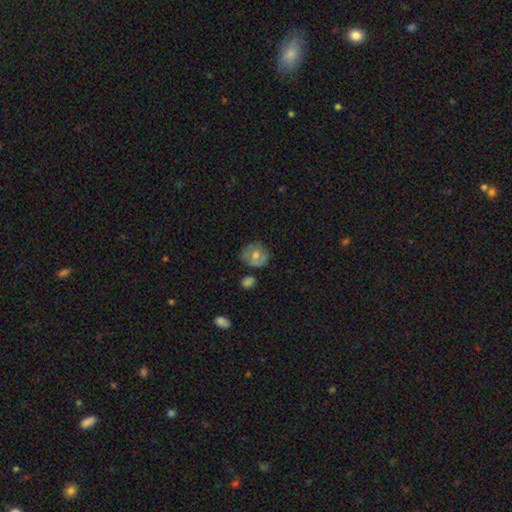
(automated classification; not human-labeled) Smooth or featured?
  - smooth: 58% *
  - featured or disk: 34%
  - star or artifact: 9%
How rounded?
  - round: 76% *
  - in between: 23%
  - cigar-shaped: 1%
Merging?
  - none: 66% *
  - minor disturbance: 23%
  - major disturbance: 7%
  - merger: 5%